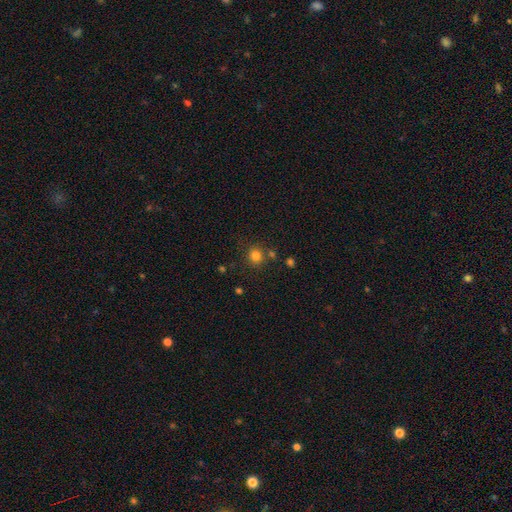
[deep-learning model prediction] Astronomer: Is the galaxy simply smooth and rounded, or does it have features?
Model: smooth — 81%.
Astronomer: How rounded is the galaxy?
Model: round — 90%.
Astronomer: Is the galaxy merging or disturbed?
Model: none — 79%.